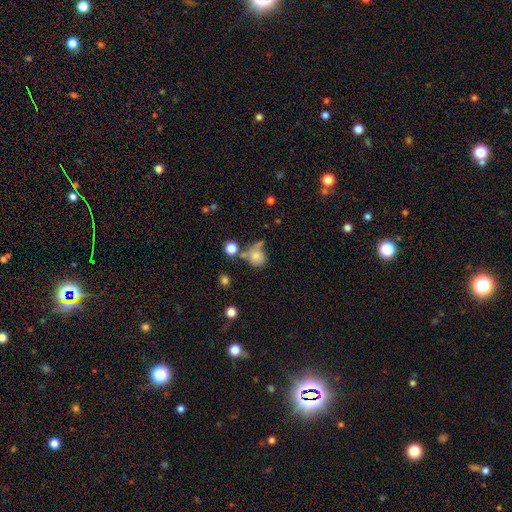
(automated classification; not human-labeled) Smooth or featured: smooth — 73% (featured or disk — 15%)
How rounded: round — 78% (in between — 21%)
Merging: none — 41% (merger — 23%)